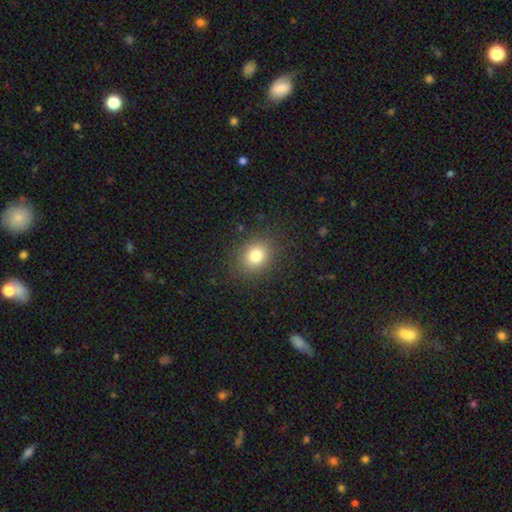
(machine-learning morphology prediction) This appears to be a smooth galaxy with no disk features (79%) that is round (62%). Merging: none (87%).